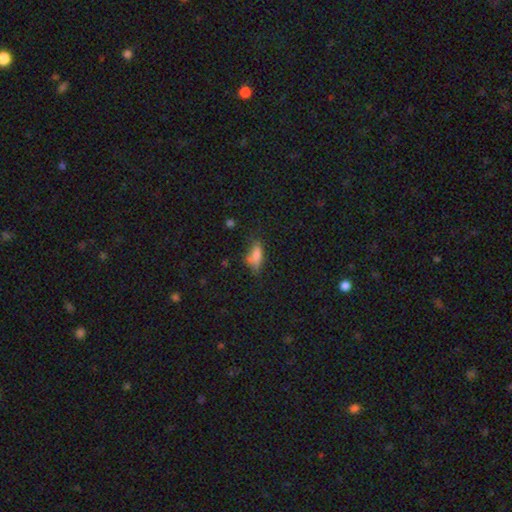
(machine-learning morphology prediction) Smooth or featured? smooth (76%)
How rounded? in between (77%)
Merging? none (50%)